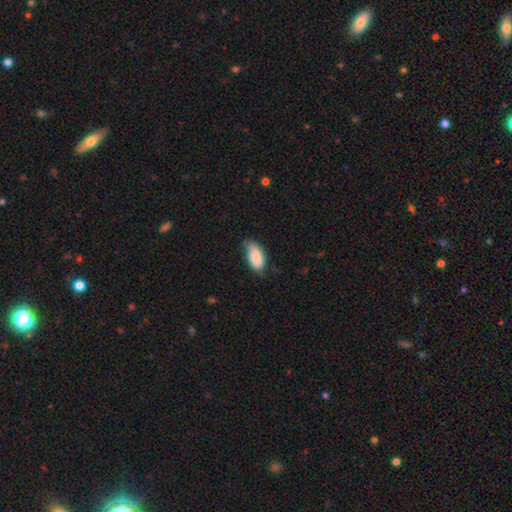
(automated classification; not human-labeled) This appears to be a smooth galaxy with no disk features (84%) that is in between round and cigar-shaped (93%). Merging: none (61%).